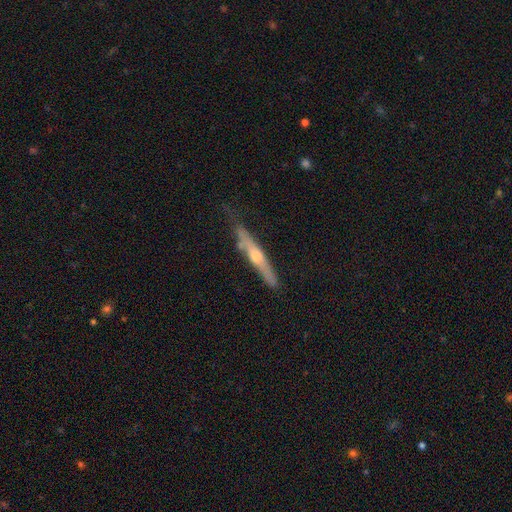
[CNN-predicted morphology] Smooth or featured?
  - featured or disk: 67% *
  - smooth: 27%
  - star or artifact: 6%
Edge-on disk?
  - yes: 93% *
  - no: 7%
Edge-on bulge?
  - rounded: 83% *
  - none: 13%
  - boxy: 4%
Merging?
  - none: 69% *
  - minor disturbance: 24%
  - major disturbance: 5%
  - merger: 2%